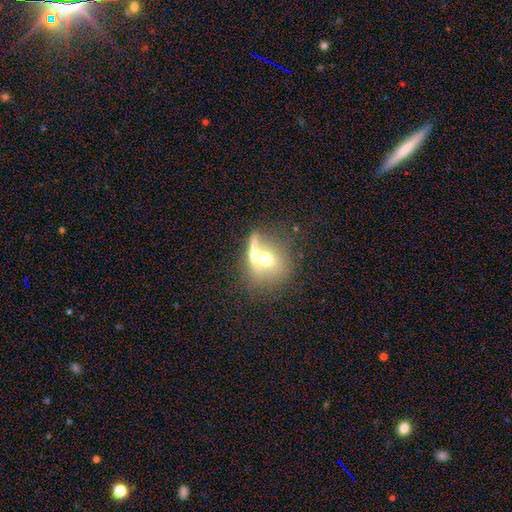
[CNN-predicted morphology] smooth_or_featured: smooth (p=0.47) [alt: featured or disk p=0.38]
merging: merger (p=0.54) [alt: none p=0.28]